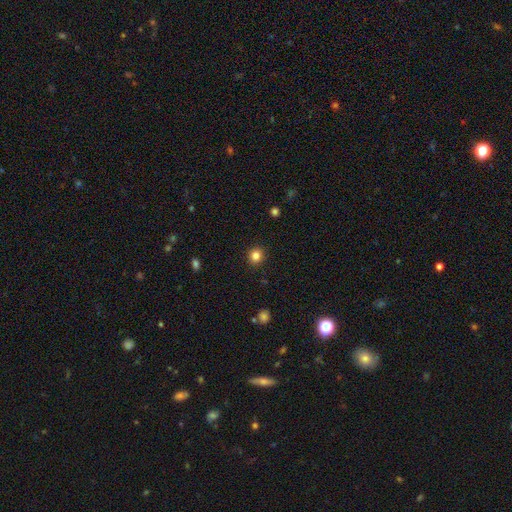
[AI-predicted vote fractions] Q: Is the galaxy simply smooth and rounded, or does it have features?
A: smooth — 83%.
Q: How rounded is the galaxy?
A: round — 85%.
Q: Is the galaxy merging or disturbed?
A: none — 91%.